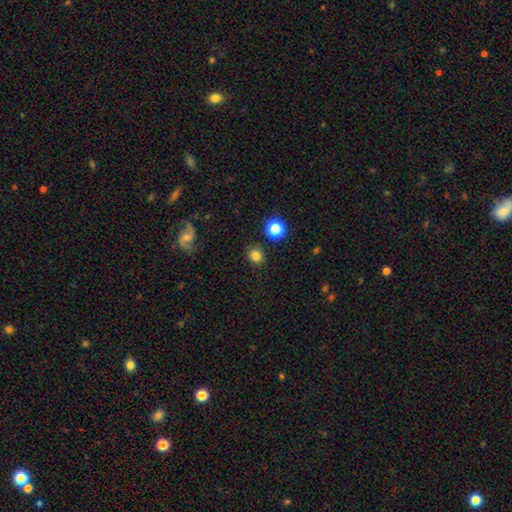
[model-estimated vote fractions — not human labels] smooth-or-featured: smooth: 81% | star or artifact: 13% | featured or disk: 6%
  how-rounded: round: 65% | in between: 34% | cigar-shaped: 1%
  merging: none: 86% | minor disturbance: 9% | merger: 3% | major disturbance: 3%